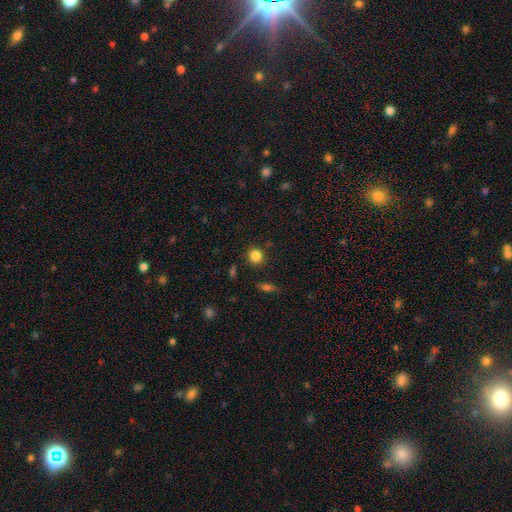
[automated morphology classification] smooth 85%, star or artifact 11%, featured or disk 5%. Down the decision tree: how rounded — round (86%); merging — none (87%).